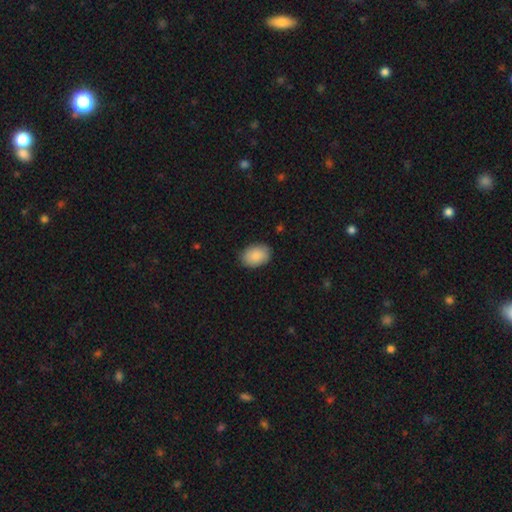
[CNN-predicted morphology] Q: Smooth or featured?
A: smooth (89%); runner-up: star or artifact (6%)
Q: How rounded?
A: in between (83%); runner-up: round (16%)
Q: Merging?
A: none (87%); runner-up: minor disturbance (10%)